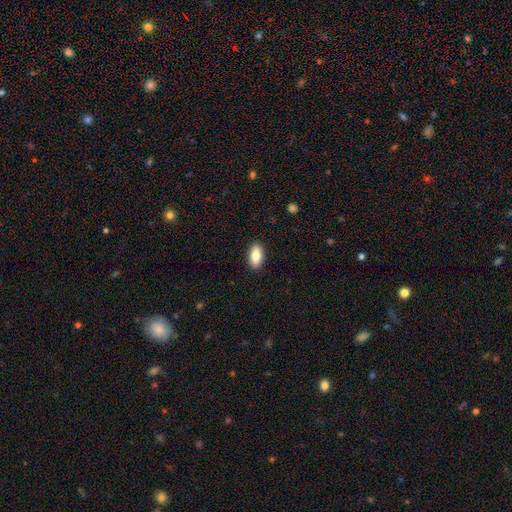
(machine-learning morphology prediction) A smooth galaxy with no disk features (85%) that is in between round and cigar-shaped (91%).

Vote fractions:
- Smooth or featured? smooth: 85% / featured or disk: 9% / star or artifact: 7%
- How rounded? in between: 91% / cigar-shaped: 6% / round: 3%
- Merging? none: 90% / minor disturbance: 7% / major disturbance: 2% / merger: 1%